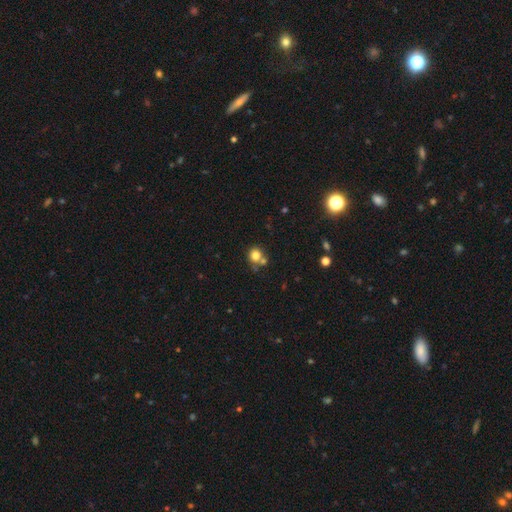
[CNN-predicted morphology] smooth-or-featured: smooth: 79% | star or artifact: 12% | featured or disk: 8%
  how-rounded: round: 83% | in between: 17% | cigar-shaped: 1%
  merging: none: 58% | merger: 27% | minor disturbance: 11% | major disturbance: 4%